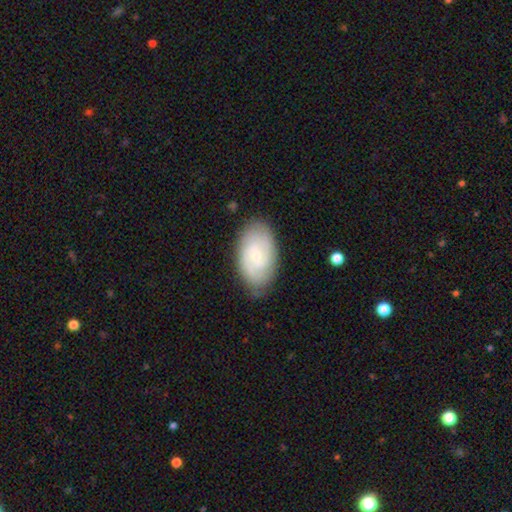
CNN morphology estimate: This appears to be a featured or disk galaxy (65%) with no bar (58%), 2 (49%) tight (56%) spiral arms (91%) and a small central bulge (71%). Merging: none (82%).